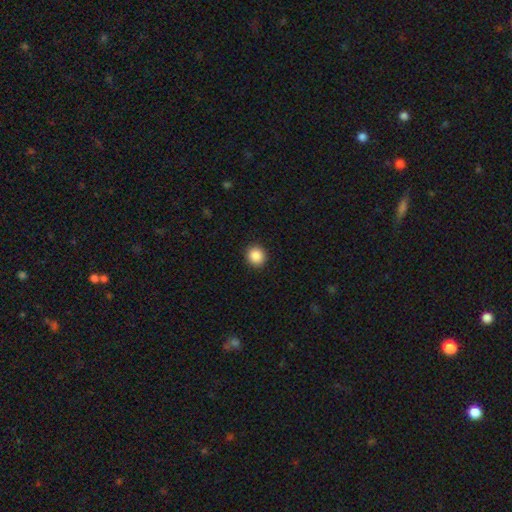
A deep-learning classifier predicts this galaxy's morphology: A smooth galaxy with no disk features (88%) that is round (86%).

Vote fractions:
- Smooth or featured? smooth: 88% / star or artifact: 9% / featured or disk: 3%
- How rounded? round: 86% / in between: 13% / cigar-shaped: 1%
- Merging? none: 91% / minor disturbance: 6% / major disturbance: 2% / merger: 1%